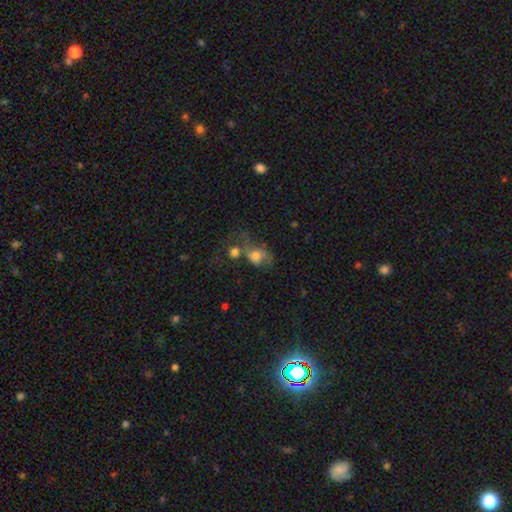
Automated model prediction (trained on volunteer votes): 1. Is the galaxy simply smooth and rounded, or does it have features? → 66% smooth, 23% featured or disk, 11% star or artifact.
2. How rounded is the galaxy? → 52% in between, 46% round, 2% cigar-shaped.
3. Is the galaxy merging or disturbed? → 37% merger, 24% none, 23% major disturbance, 16% minor disturbance.